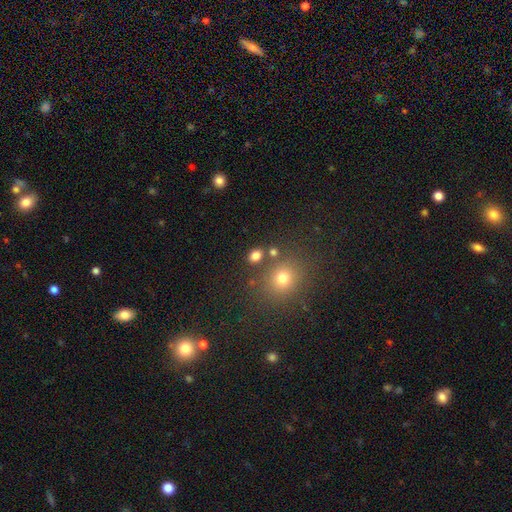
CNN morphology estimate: Smooth or featured: smooth — 76% (star or artifact — 17%)
How rounded: round — 50% (in between — 48%)
Merging: none — 75% (merger — 11%)